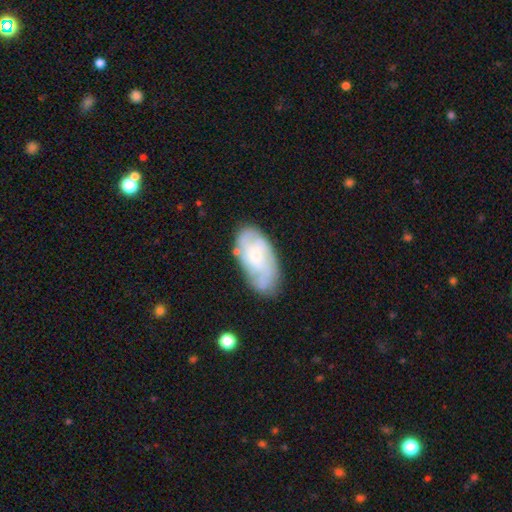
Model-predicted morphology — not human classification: type=featured or disk (59%); edge-on=no (94%); bar=no (75%); spiral arms=yes (77%); bulge=small (65%); merging=none (65%).